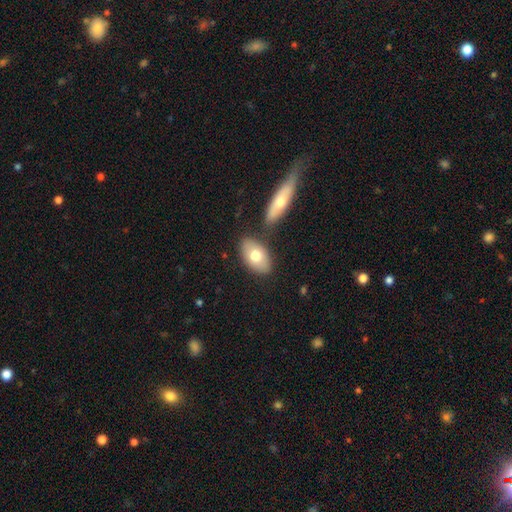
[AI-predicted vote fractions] Smooth or featured? smooth (73%)
How rounded? in between (92%)
Merging? none (72%)